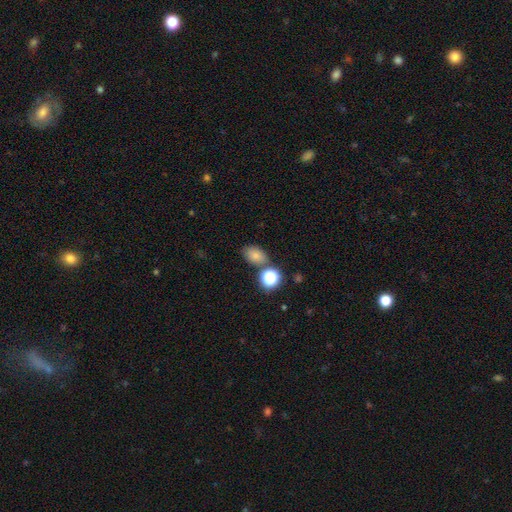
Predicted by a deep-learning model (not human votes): Morphology: type=smooth (76%); roundness=in between (77%); merging=none (70%).